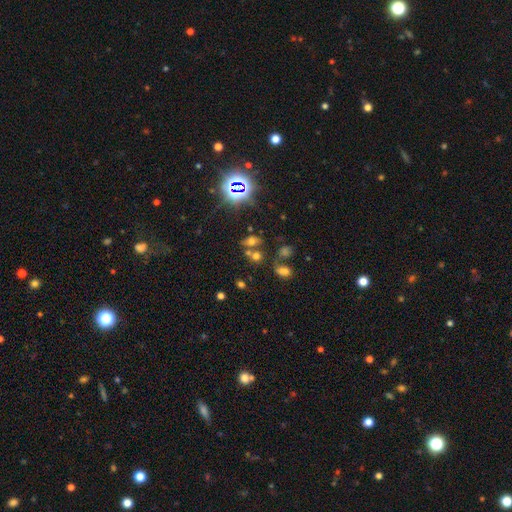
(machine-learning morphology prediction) Smooth or featured?
  - smooth: 49% *
  - star or artifact: 37%
  - featured or disk: 14%
Merging?
  - none: 54% *
  - merger: 28%
  - minor disturbance: 12%
  - major disturbance: 6%